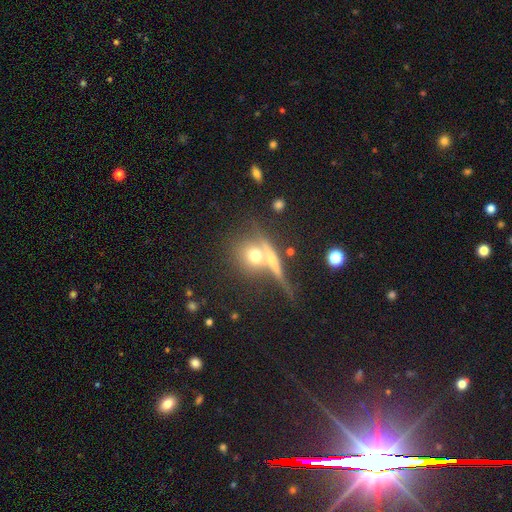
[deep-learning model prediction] A smooth galaxy with no disk features (56%) that is round (80%). Merging: none (49%).